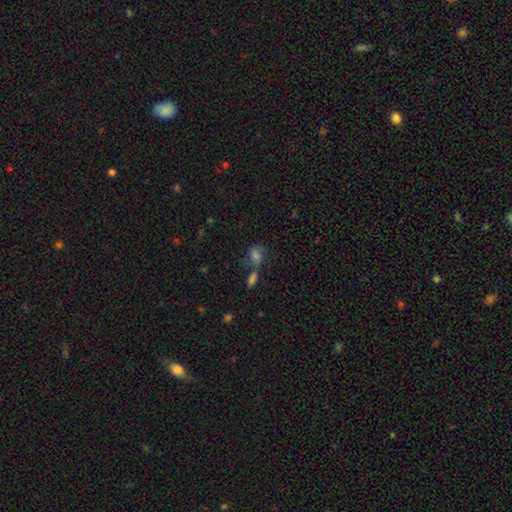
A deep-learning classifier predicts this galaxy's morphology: This appears to be a smooth galaxy with no disk features (56%) that is in between round and cigar-shaped (62%). Merging: none (45%).